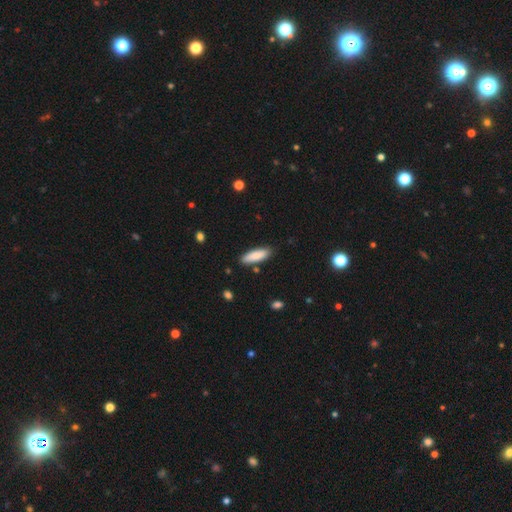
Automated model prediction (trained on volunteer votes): Smooth or featured?
  - smooth: 86% *
  - featured or disk: 8%
  - star or artifact: 6%
How rounded?
  - cigar-shaped: 53% *
  - in between: 46%
  - round: 1%
Merging?
  - none: 84% *
  - minor disturbance: 11%
  - merger: 3%
  - major disturbance: 2%